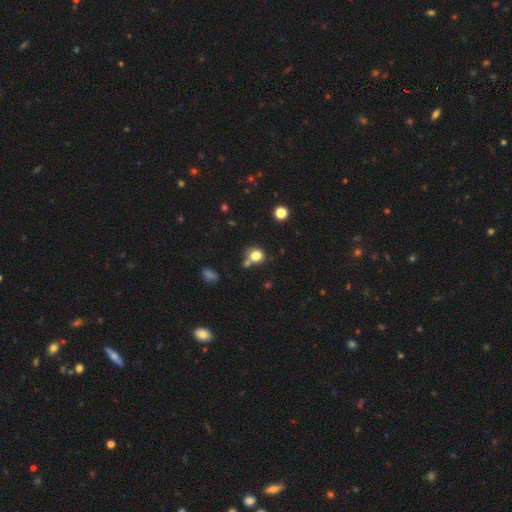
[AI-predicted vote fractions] Smooth or featured? smooth (81%)
How rounded? round (76%)
Merging? none (60%)